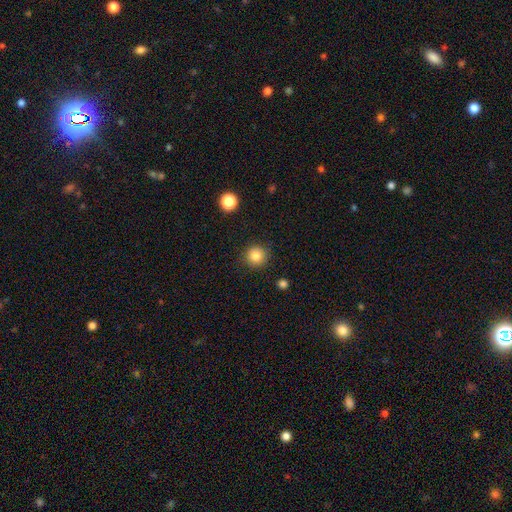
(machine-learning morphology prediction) smooth 85%, star or artifact 11%, featured or disk 5%. Down the decision tree: how rounded — round (94%); merging — none (89%).